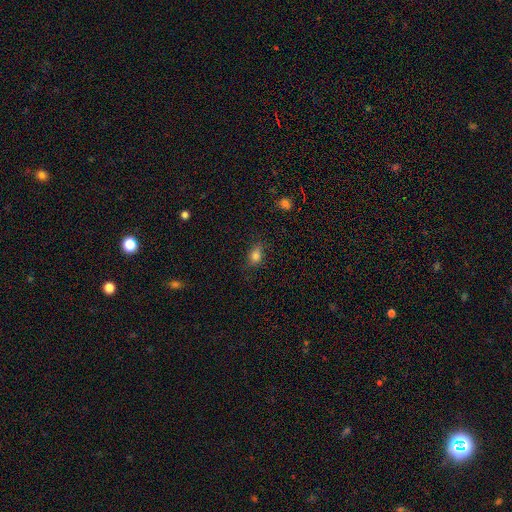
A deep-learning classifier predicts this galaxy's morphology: This appears to be a smooth galaxy with no disk features (81%) that is in between round and cigar-shaped (69%). Merging: none (76%).